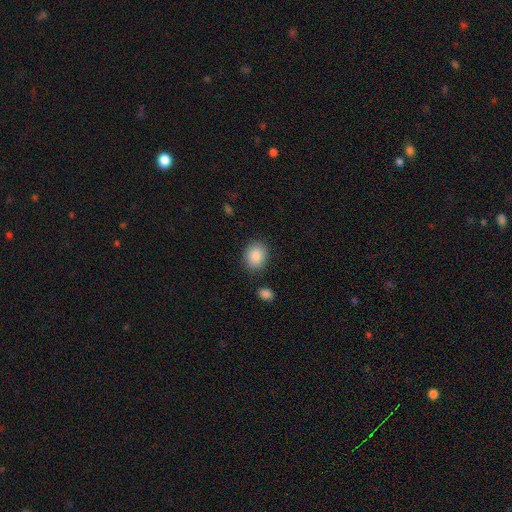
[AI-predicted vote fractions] Morphology: type=smooth (88%); roundness=in between (54%); merging=none (84%).